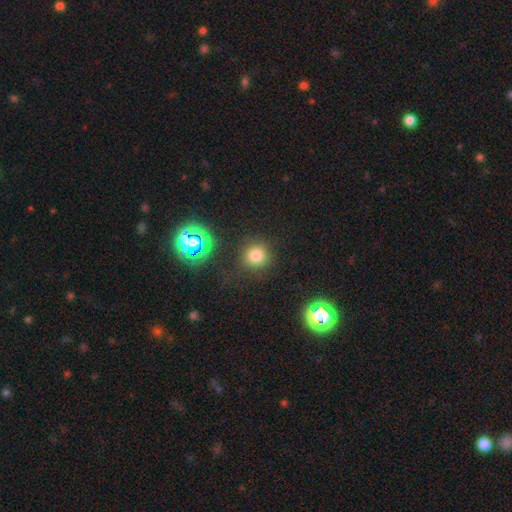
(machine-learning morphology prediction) This appears to be a smooth galaxy with no disk features (74%) that is round (90%). Merging: none (84%).